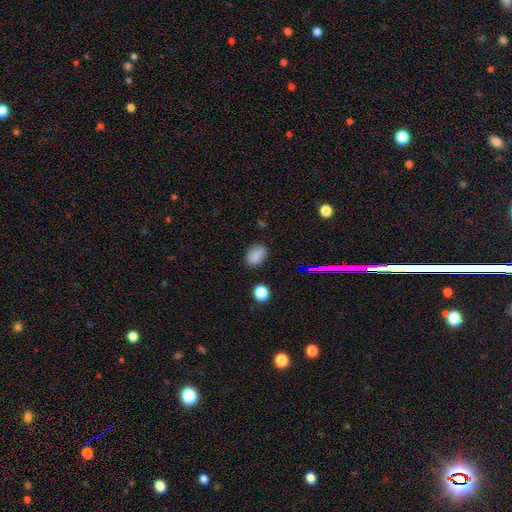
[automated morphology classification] Q: Smooth or featured?
A: smooth (83%); runner-up: star or artifact (12%)
Q: How rounded?
A: in between (76%); runner-up: round (23%)
Q: Merging?
A: none (83%); runner-up: minor disturbance (12%)